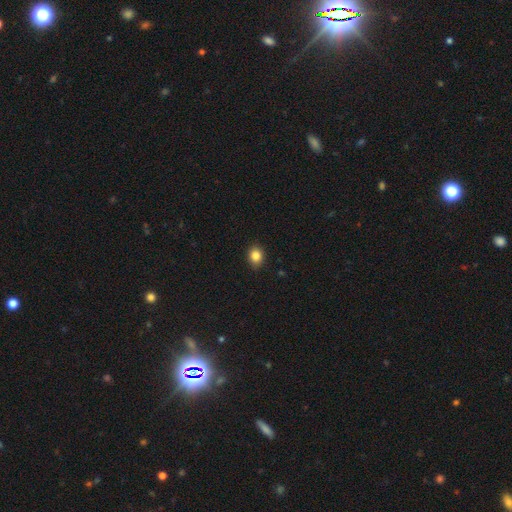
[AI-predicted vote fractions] Smooth or featured? smooth (85%)
How rounded? round (51%)
Merging? none (89%)